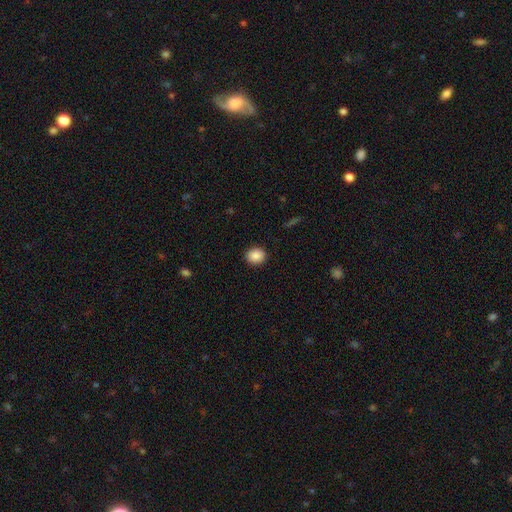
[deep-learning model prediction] Smooth or featured?
  - smooth: 88% *
  - star or artifact: 9%
  - featured or disk: 4%
How rounded?
  - round: 73% *
  - in between: 26%
  - cigar-shaped: 1%
Merging?
  - none: 91% *
  - minor disturbance: 6%
  - major disturbance: 2%
  - merger: 1%